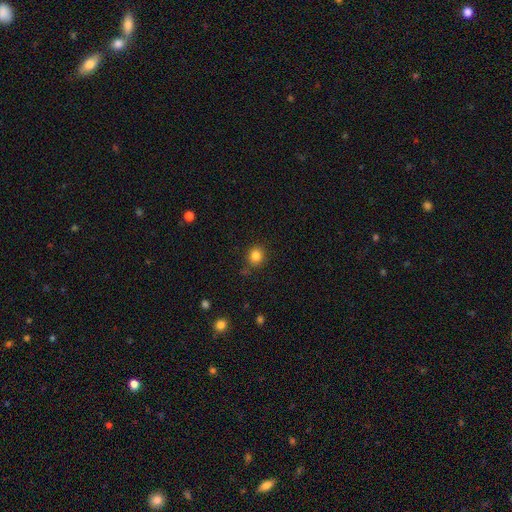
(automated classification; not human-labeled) Overall: smooth (84%). How rounded: round (81%). Merging: none (83%).